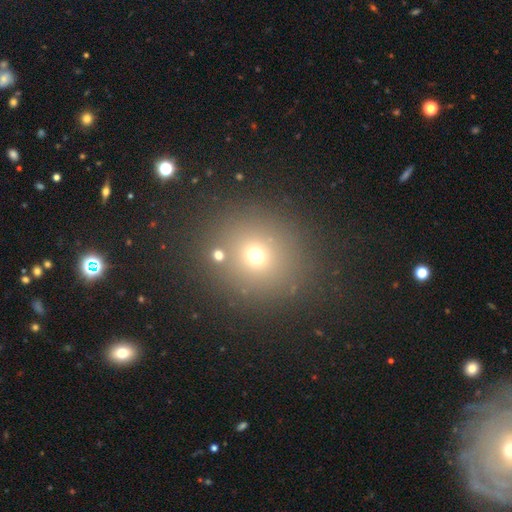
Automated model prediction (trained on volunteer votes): smooth-or-featured: smooth: 65% | star or artifact: 24% | featured or disk: 11%
  how-rounded: round: 86% | in between: 13% | cigar-shaped: 1%
  merging: none: 82% | minor disturbance: 8% | merger: 6% | major disturbance: 4%